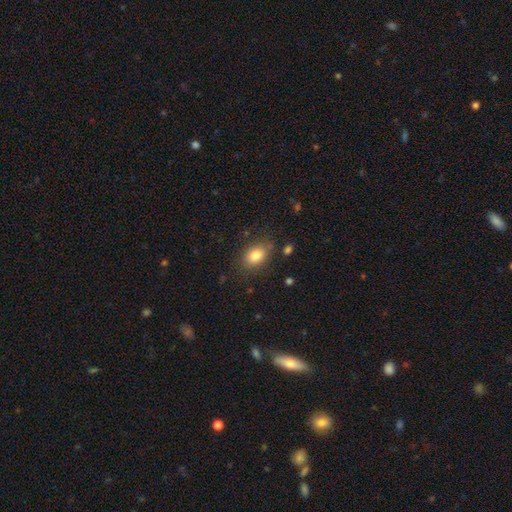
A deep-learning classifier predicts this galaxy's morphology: type=smooth (83%); roundness=in between (79%); merging=none (79%).